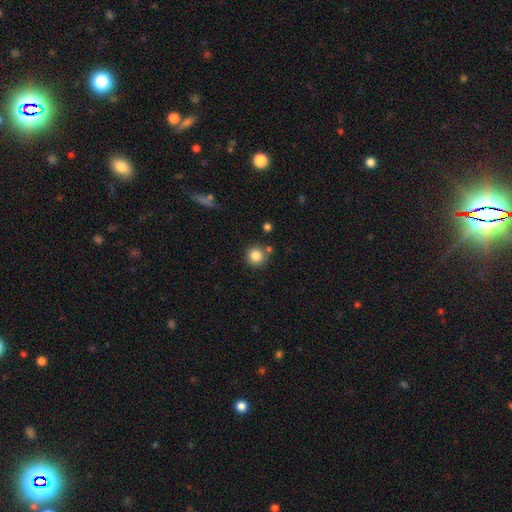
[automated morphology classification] smooth-or-featured: smooth: 83% | star or artifact: 11% | featured or disk: 6%
  how-rounded: round: 93% | in between: 6% | cigar-shaped: 1%
  merging: none: 80% | minor disturbance: 9% | merger: 9% | major disturbance: 3%